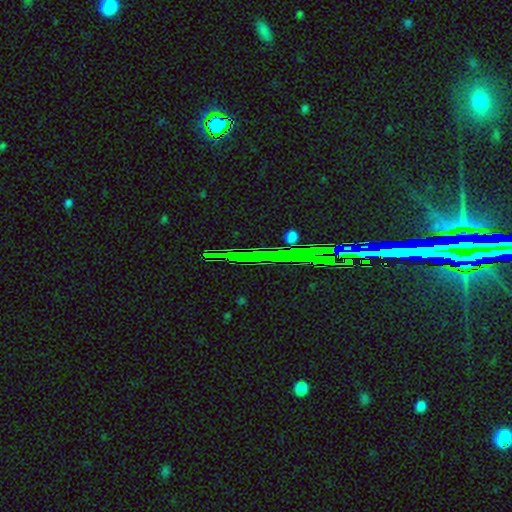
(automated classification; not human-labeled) A star or artifact, not a galaxy (67%).

Vote fractions:
- Smooth or featured? star or artifact: 67% / smooth: 18% / featured or disk: 15%